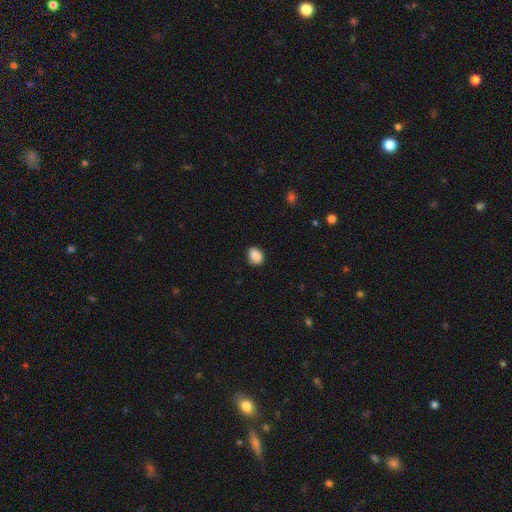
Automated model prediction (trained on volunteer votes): Smooth or featured: smooth — 88% (star or artifact — 8%)
How rounded: in between — 60% (round — 39%)
Merging: none — 84% (minor disturbance — 12%)